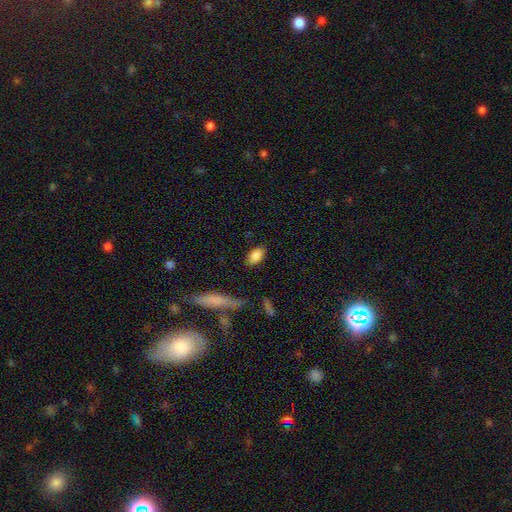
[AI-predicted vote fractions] Smooth or featured? Predicted: smooth (p=0.86). How rounded? Predicted: in between (p=0.90). Merging? Predicted: none (p=0.84).